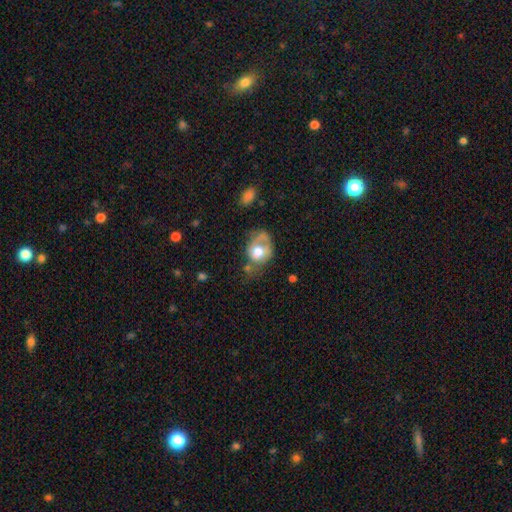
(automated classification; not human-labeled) smooth_or_featured: smooth (p=0.57) [alt: featured or disk p=0.36]
how_rounded: in between (p=0.59) [alt: round p=0.40]
merging: major disturbance (p=0.33) [alt: minor disturbance p=0.27]